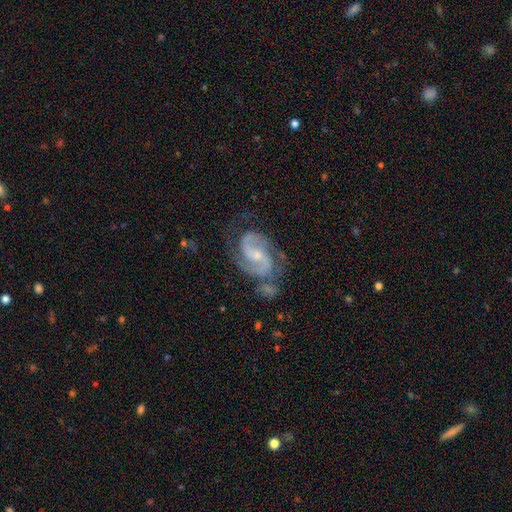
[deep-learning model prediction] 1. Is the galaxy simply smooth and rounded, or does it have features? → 91% featured or disk, 5% star or artifact, 4% smooth.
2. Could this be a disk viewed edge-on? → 98% no, 2% yes.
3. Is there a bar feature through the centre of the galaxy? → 44% no, 42% weak, 14% strong.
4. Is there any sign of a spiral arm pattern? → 98% yes, 2% no.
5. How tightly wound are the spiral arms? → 56% medium, 32% tight, 12% loose.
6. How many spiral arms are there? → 90% 2, 4% 3, 2% can't tell, 1% 1, 1% 4, 1% more than 4.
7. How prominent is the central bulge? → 62% small, 31% moderate, 4% none, 1% large, 1% dominant.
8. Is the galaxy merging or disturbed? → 63% none, 20% minor disturbance, 9% major disturbance, 7% merger.